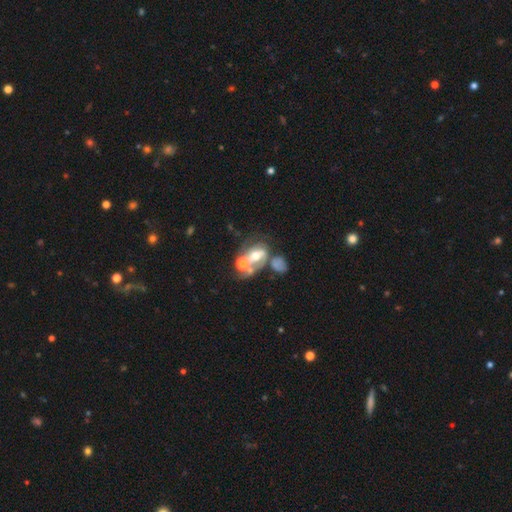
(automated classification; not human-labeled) featured or disk 57%, smooth 31%, star or artifact 12%. Down the decision tree: edge-on disk — no (96%); bar — no (61%); spiral arms — yes (59%); bulge size — moderate (56%); merging — merger (52%).